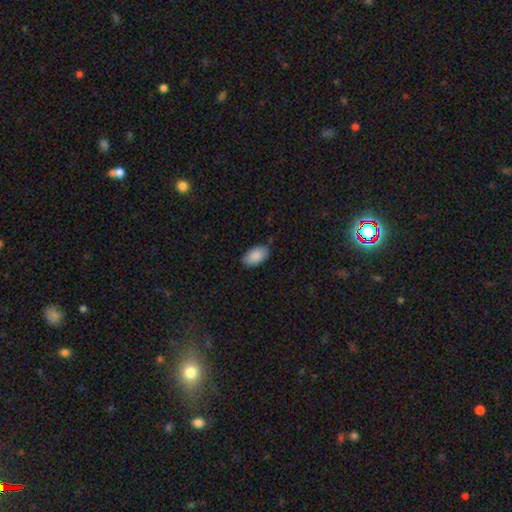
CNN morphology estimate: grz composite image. It shows a smooth galaxy with no disk features (89%) that is in between round and cigar-shaped (94%). Merging: none (78%).